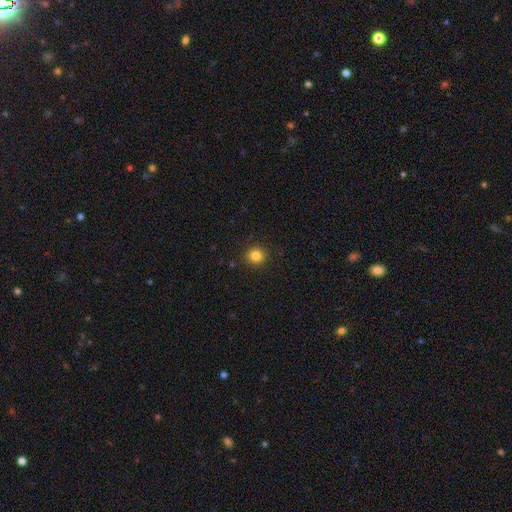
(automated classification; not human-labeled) This appears to be a smooth galaxy with no disk features (83%) that is round (94%). Merging: none (92%).